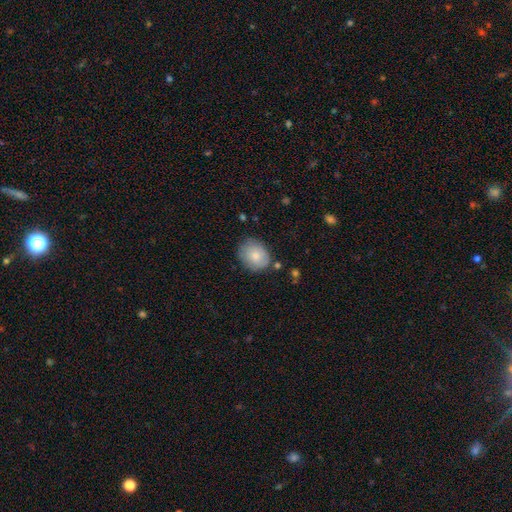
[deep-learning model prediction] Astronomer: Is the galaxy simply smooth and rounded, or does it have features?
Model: smooth — 80%.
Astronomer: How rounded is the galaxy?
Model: round — 55% (runner-up: in between, 44%).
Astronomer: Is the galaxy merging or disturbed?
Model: none — 76%.